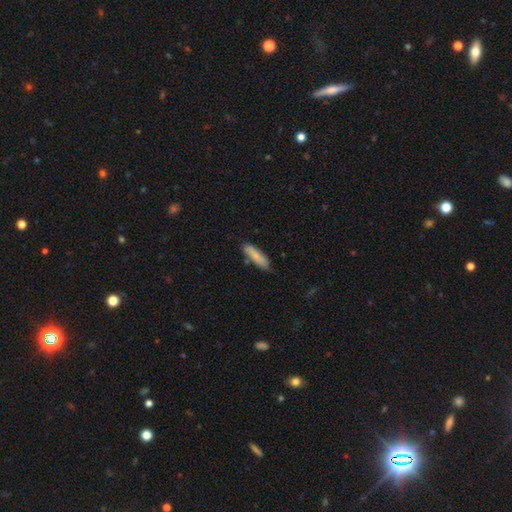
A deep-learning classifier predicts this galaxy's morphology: This appears to be a smooth galaxy with no disk features (81%) that is cigar-shaped (64%). Merging: none (80%).